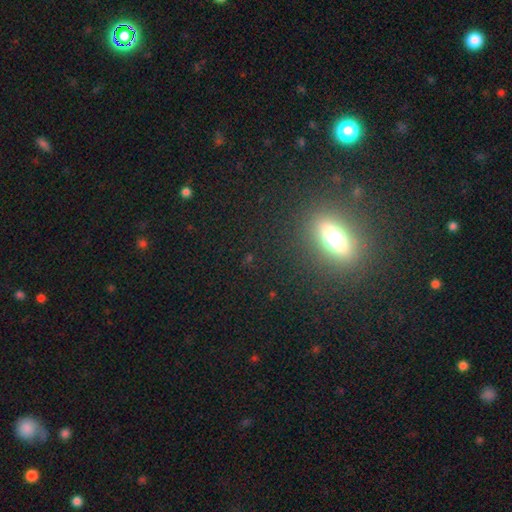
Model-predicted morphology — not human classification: smooth-or-featured: smooth: 52% | featured or disk: 28% | star or artifact: 20%
  how-rounded: in between: 56% | cigar-shaped: 31% | round: 14%
  merging: none: 88% | minor disturbance: 7% | major disturbance: 3% | merger: 2%